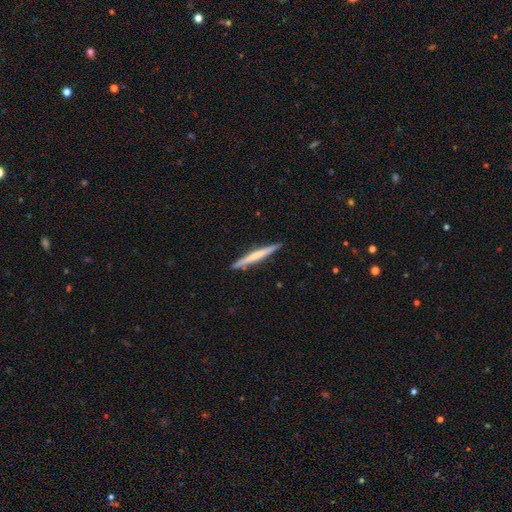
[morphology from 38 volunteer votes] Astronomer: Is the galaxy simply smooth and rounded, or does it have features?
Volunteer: featured or disk — 53% (runner-up: smooth, 42%).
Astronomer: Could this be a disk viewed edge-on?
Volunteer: yes — 100%.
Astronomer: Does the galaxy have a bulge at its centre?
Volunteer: none — 45%, tied with rounded at 45%.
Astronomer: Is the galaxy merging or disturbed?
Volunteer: none — 86%.